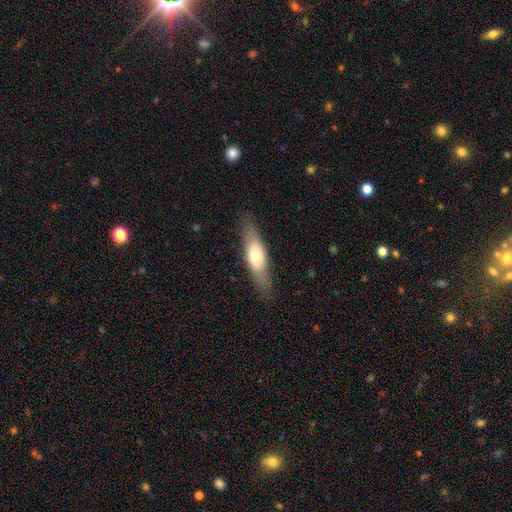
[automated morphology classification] smooth_or_featured: smooth (p=0.59) [alt: featured or disk p=0.34]
how_rounded: cigar-shaped (p=0.51) [alt: in between p=0.47]
merging: none (p=0.81) [alt: minor disturbance p=0.13]